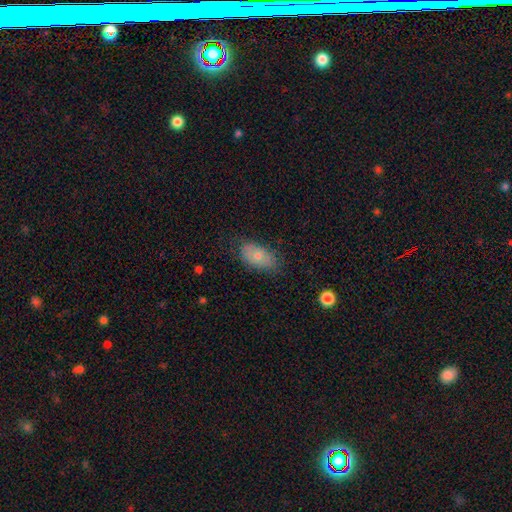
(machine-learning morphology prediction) smooth-or-featured: smooth: 66% | featured or disk: 25% | star or artifact: 9%
  how-rounded: in between: 90% | round: 7% | cigar-shaped: 3%
  merging: none: 75% | minor disturbance: 19% | major disturbance: 5% | merger: 1%